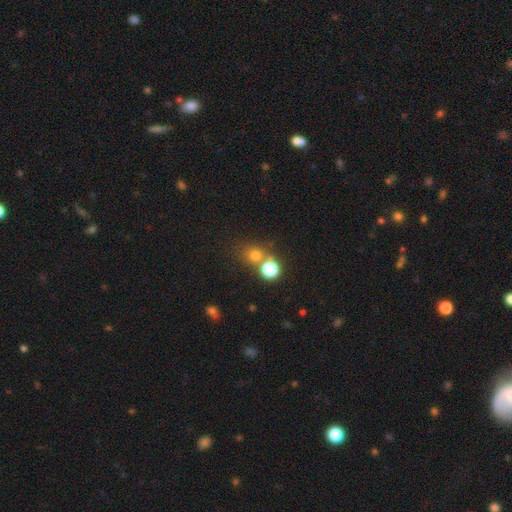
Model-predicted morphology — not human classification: type=smooth (70%); roundness=round (85%); merging=none (59%).